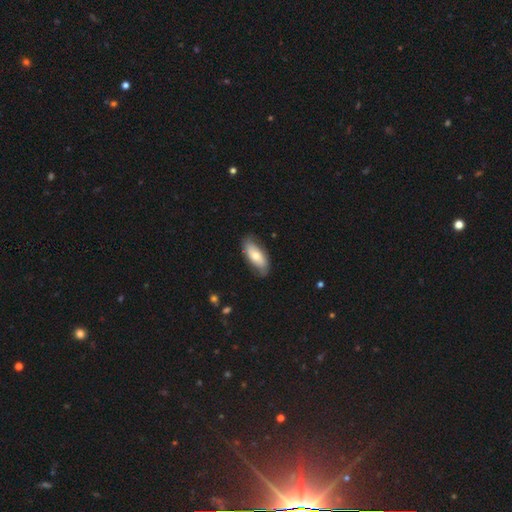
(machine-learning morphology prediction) A smooth galaxy with no disk features (65%) that is in between round and cigar-shaped (83%).

Vote fractions:
- Smooth or featured? smooth: 65% / featured or disk: 30% / star or artifact: 6%
- How rounded? in between: 83% / cigar-shaped: 14% / round: 2%
- Merging? none: 76% / minor disturbance: 19% / major disturbance: 4% / merger: 1%